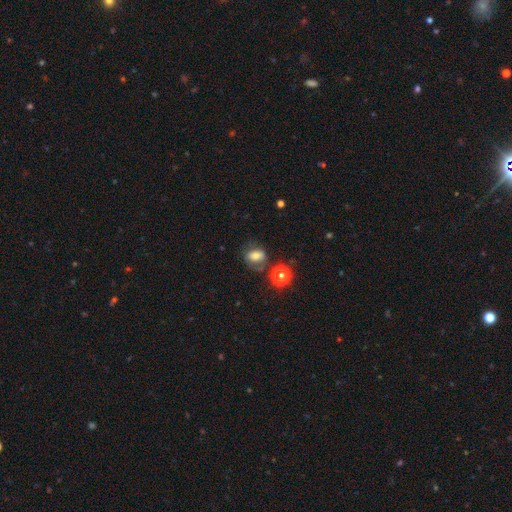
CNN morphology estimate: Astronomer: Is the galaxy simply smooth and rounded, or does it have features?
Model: smooth — 60%.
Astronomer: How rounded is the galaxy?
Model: in between — 53% (runner-up: round, 45%).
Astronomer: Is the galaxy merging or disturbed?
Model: none — 60%.